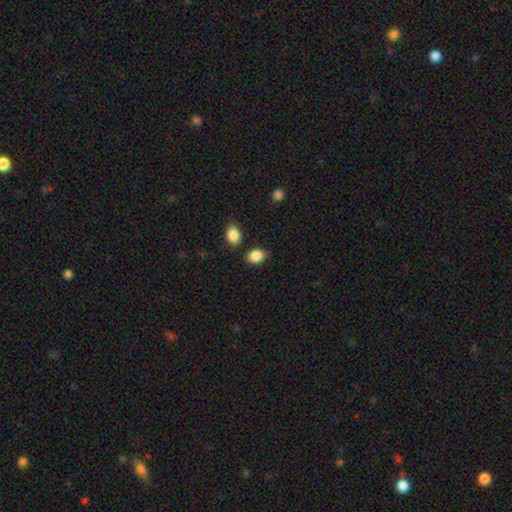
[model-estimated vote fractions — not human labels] Smooth or featured?
  - smooth: 87% *
  - star or artifact: 8%
  - featured or disk: 5%
How rounded?
  - in between: 74% *
  - round: 25%
  - cigar-shaped: 1%
Merging?
  - none: 78% *
  - minor disturbance: 12%
  - merger: 7%
  - major disturbance: 3%